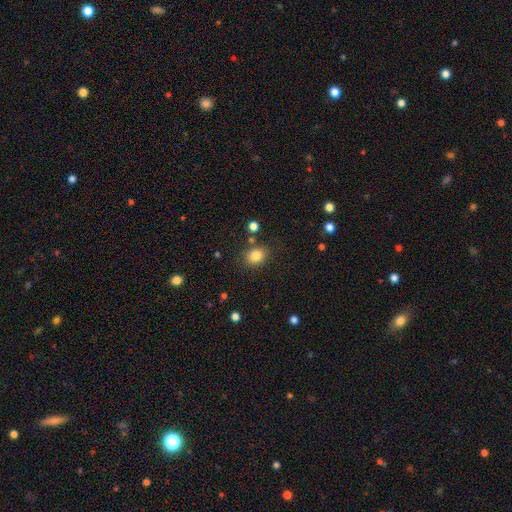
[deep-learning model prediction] smooth_or_featured: smooth (p=0.83) [alt: star or artifact p=0.11]
how_rounded: round (p=0.59) [alt: in between p=0.40]
merging: none (p=0.80) [alt: minor disturbance p=0.11]